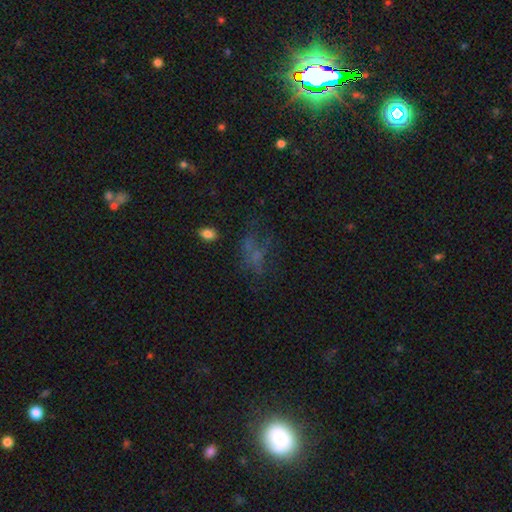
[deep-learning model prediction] This is marginally a smooth galaxy (39%). Merging: marginally none (41%).